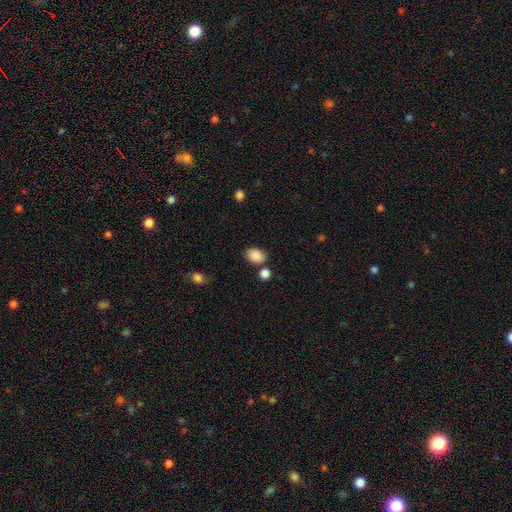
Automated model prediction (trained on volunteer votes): smooth-or-featured: smooth: 88% | star or artifact: 8% | featured or disk: 4%
  how-rounded: in between: 74% | round: 25% | cigar-shaped: 1%
  merging: none: 73% | minor disturbance: 14% | merger: 9% | major disturbance: 4%